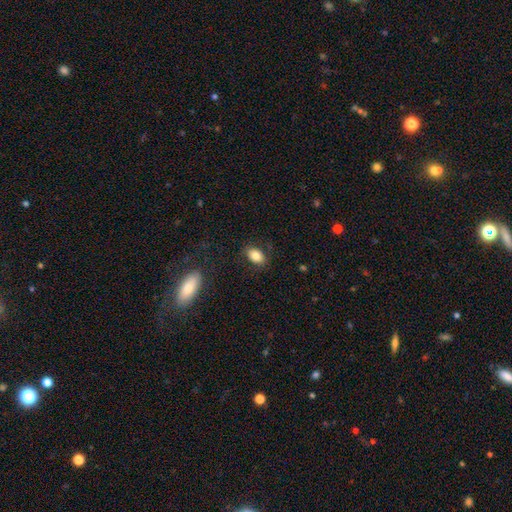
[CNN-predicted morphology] Smooth or featured? smooth (83%)
How rounded? in between (84%)
Merging? none (83%)